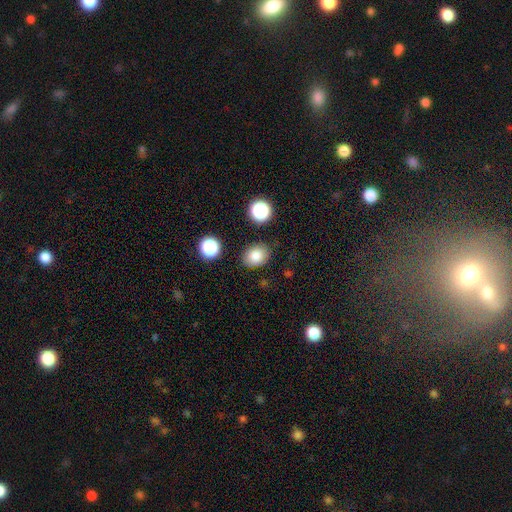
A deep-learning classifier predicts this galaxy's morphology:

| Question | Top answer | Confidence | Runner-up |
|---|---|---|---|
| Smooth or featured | smooth | 83% | star or artifact (11%) |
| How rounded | in between | 53% | round (46%) |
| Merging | none | 83% | minor disturbance (11%) |